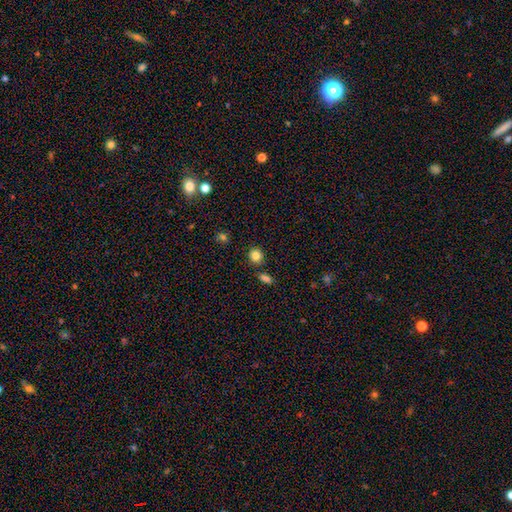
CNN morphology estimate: Smooth or featured?
  - smooth: 84% *
  - star or artifact: 11%
  - featured or disk: 5%
How rounded?
  - round: 81% *
  - in between: 18%
  - cigar-shaped: 1%
Merging?
  - none: 84% *
  - minor disturbance: 8%
  - merger: 6%
  - major disturbance: 2%